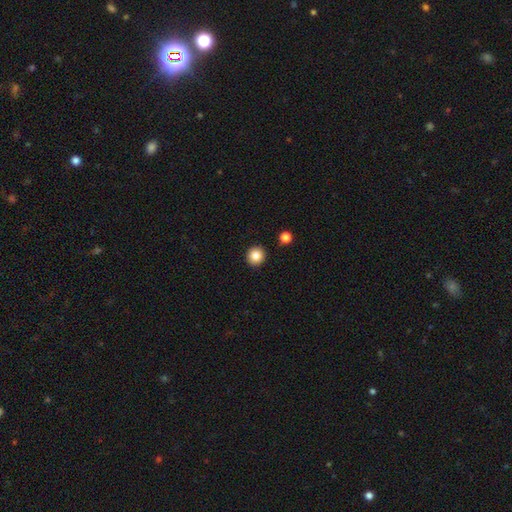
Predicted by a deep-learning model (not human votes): Overall: smooth (85%). How rounded: round (93%). Merging: none (92%).